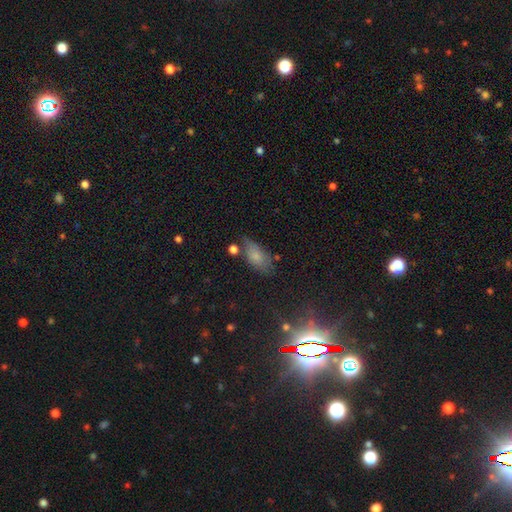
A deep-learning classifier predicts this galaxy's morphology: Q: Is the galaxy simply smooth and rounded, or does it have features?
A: smooth — 73%.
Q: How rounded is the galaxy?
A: in between — 88%.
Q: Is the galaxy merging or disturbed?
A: none — 58%.